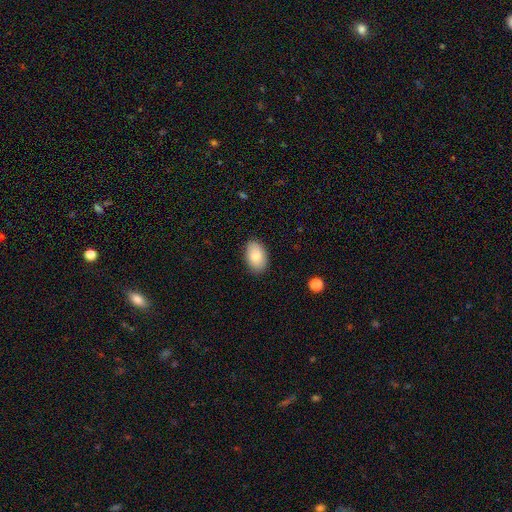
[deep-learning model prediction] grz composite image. It shows a smooth galaxy with no disk features (83%) that is in between round and cigar-shaped (91%). Merging: none (87%).